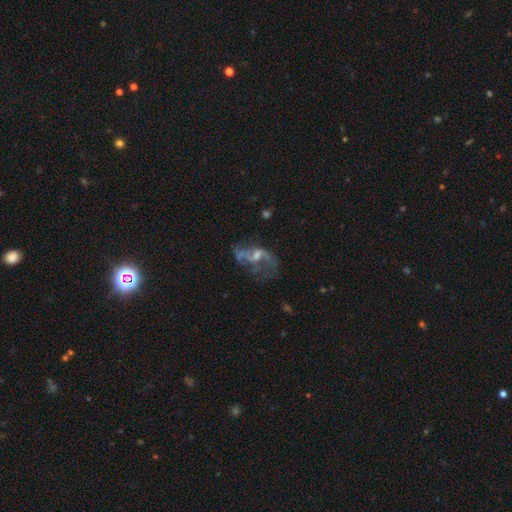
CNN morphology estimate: The model was most divided on "merging": none: 39%, major disturbance: 37%, minor disturbance: 17%, merger: 7%. Remaining: edge-on disk — no (95%); smooth or featured — featured or disk (70%); spiral arms — yes (59%); bar — no (51%); bulge size — small (41%).